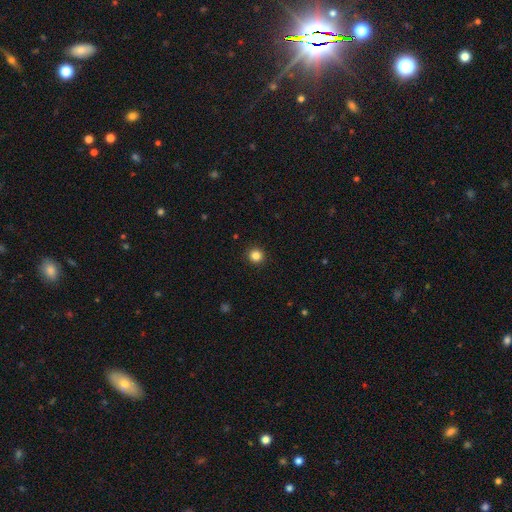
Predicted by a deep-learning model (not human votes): This appears to be a smooth galaxy with no disk features (85%) that is round (95%). Merging: none (93%).